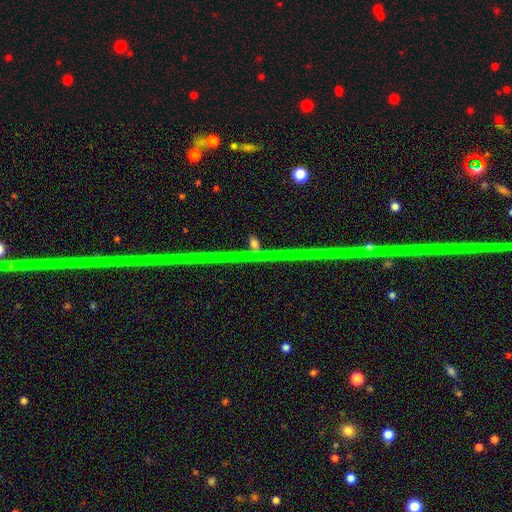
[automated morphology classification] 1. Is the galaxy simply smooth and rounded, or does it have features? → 86% star or artifact, 9% featured or disk, 5% smooth.